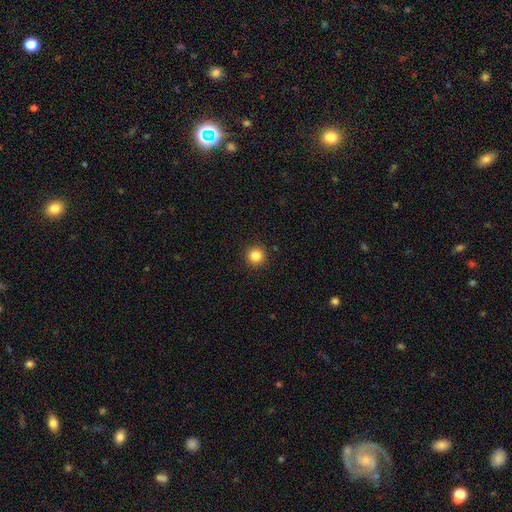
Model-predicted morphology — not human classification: smooth_or_featured: smooth (p=0.84) [alt: star or artifact p=0.11]
how_rounded: round (p=0.95) [alt: in between p=0.04]
merging: none (p=0.93) [alt: minor disturbance p=0.05]